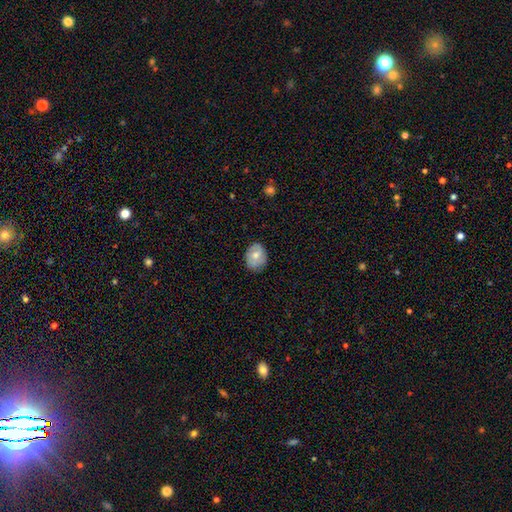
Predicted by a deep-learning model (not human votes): smooth 68%, featured or disk 25%, star or artifact 7%. Down the decision tree: how rounded — in between (59%); merging — none (80%).